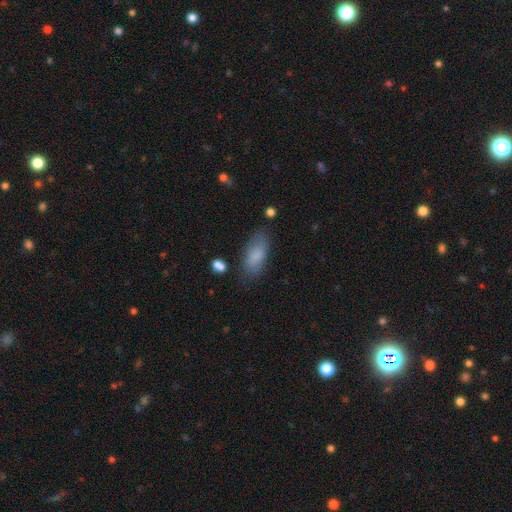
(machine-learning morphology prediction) Q: Smooth or featured?
A: smooth (82%); runner-up: featured or disk (10%)
Q: How rounded?
A: in between (84%); runner-up: cigar-shaped (13%)
Q: Merging?
A: none (72%); runner-up: minor disturbance (19%)